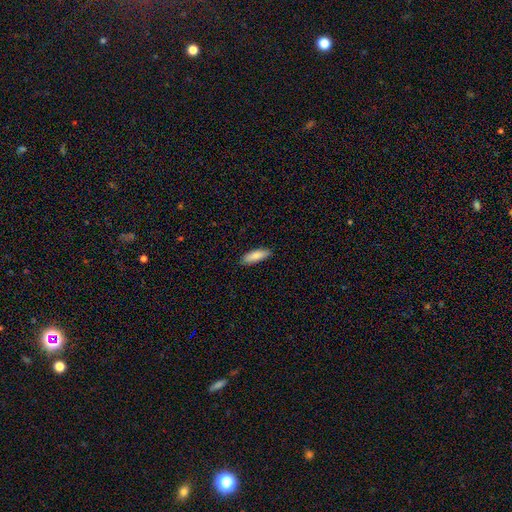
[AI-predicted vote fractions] Smooth or featured: smooth — 83% (featured or disk — 11%)
How rounded: in between — 54% (cigar-shaped — 44%)
Merging: none — 87% (minor disturbance — 10%)